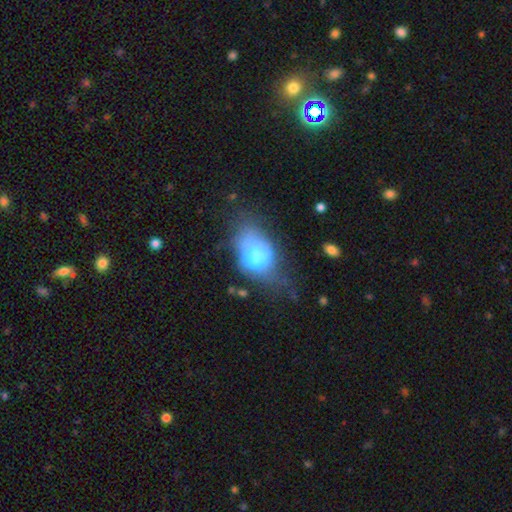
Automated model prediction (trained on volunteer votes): smooth_or_featured: smooth (p=0.49) [alt: featured or disk p=0.38]
merging: major disturbance (p=0.32) [alt: none p=0.25]